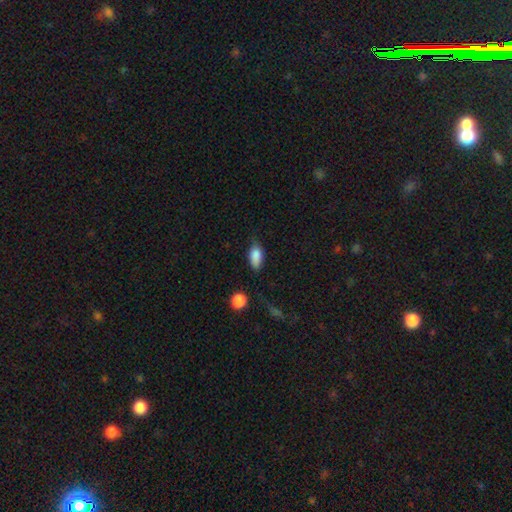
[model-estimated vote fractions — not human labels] smooth_or_featured: smooth (p=0.84) [alt: star or artifact p=0.08]
how_rounded: in between (p=0.86) [alt: cigar-shaped p=0.08]
merging: none (p=0.62) [alt: minor disturbance p=0.29]